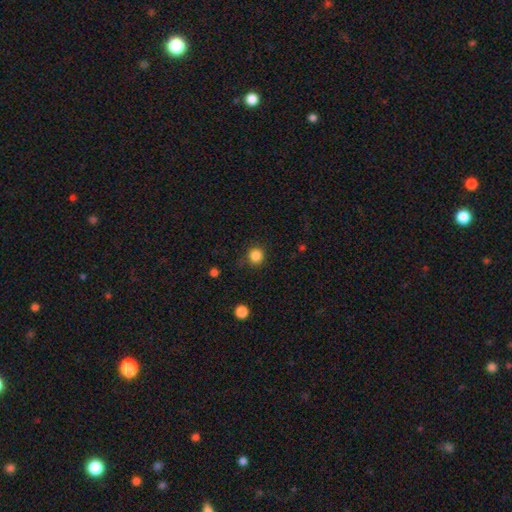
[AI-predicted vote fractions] Smooth or featured? smooth (85%)
How rounded? round (94%)
Merging? none (85%)